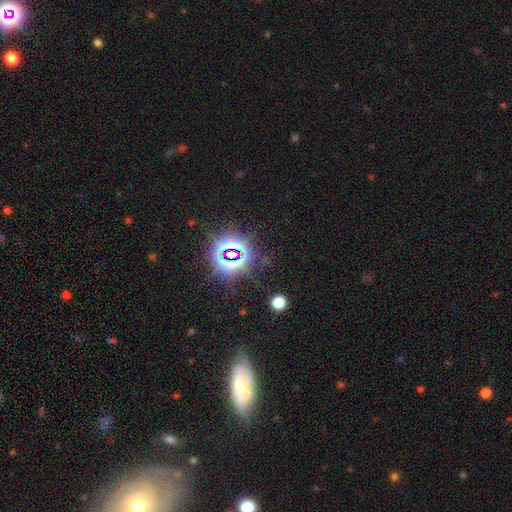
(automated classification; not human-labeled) smooth-or-featured: star or artifact: 75% | smooth: 15% | featured or disk: 10%